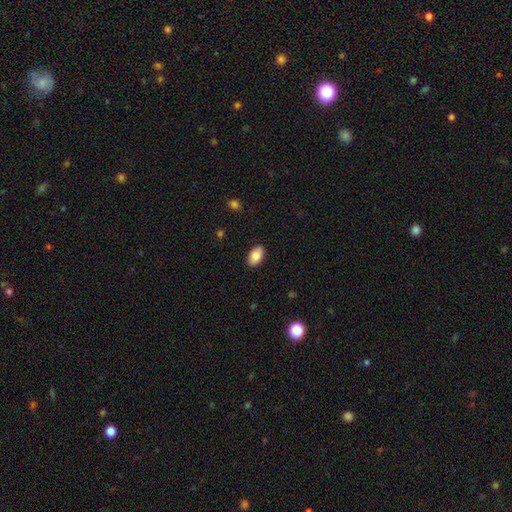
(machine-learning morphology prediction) smooth 82%, featured or disk 11%, star or artifact 7%. Down the decision tree: how rounded — in between (93%); merging — none (89%).